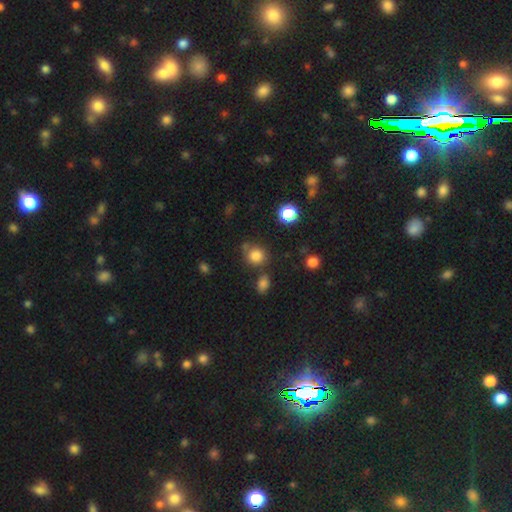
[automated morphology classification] smooth_or_featured: smooth (p=0.81) [alt: star or artifact p=0.14]
how_rounded: round (p=0.86) [alt: in between p=0.13]
merging: none (p=0.74) [alt: merger p=0.11]